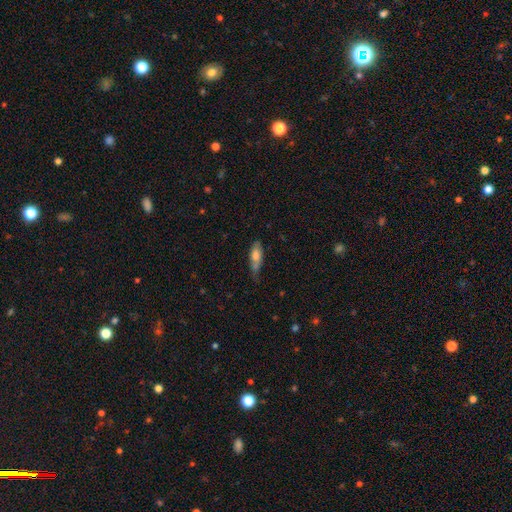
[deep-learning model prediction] smooth-or-featured: smooth: 70% | featured or disk: 23% | star or artifact: 7%
  how-rounded: in between: 56% | cigar-shaped: 42% | round: 2%
  merging: none: 48% | minor disturbance: 36% | major disturbance: 10% | merger: 6%